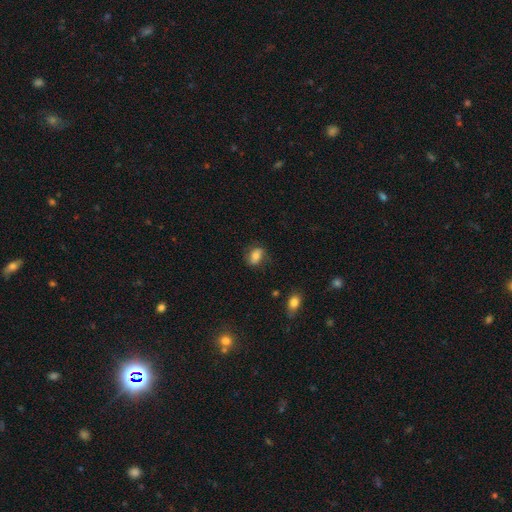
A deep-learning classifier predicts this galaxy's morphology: This appears to be a smooth galaxy with no disk features (69%) that is in between round and cigar-shaped (71%). Merging: none (66%).